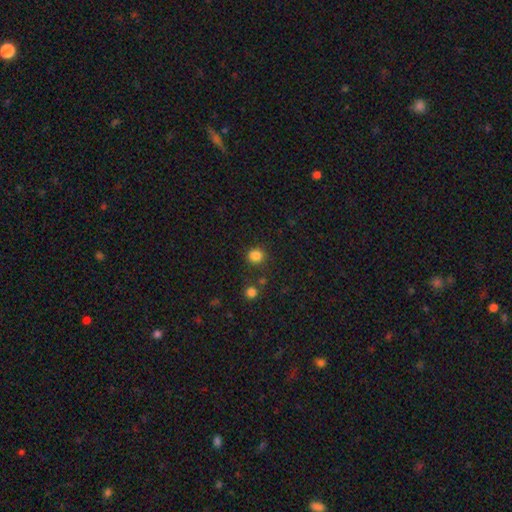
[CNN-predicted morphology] Smooth or featured? smooth (83%)
How rounded? round (79%)
Merging? none (80%)